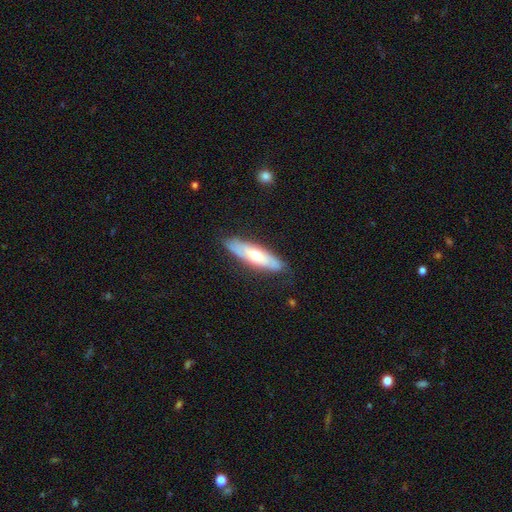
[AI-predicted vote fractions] The model was most divided on "smooth or featured": featured or disk: 48%, smooth: 46%, star or artifact: 6%. More confident: merging — none (80%).